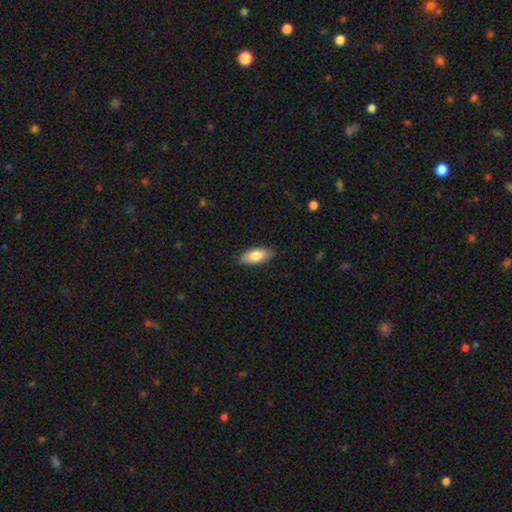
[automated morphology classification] Smooth or featured? Predicted: smooth (p=0.81). How rounded? Predicted: in between (p=0.87). Merging? Predicted: none (p=0.87).